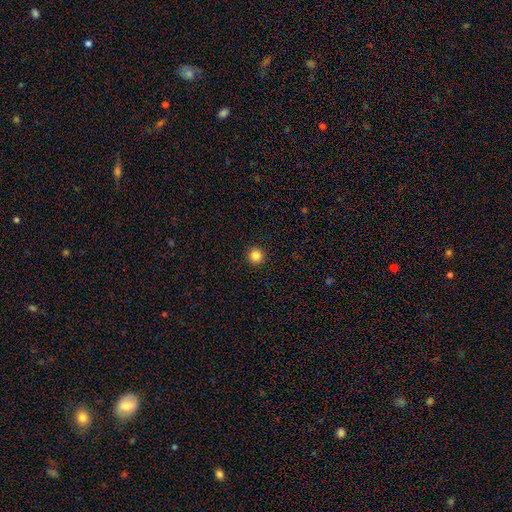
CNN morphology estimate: Smooth or featured? smooth (85%)
How rounded? round (96%)
Merging? none (93%)